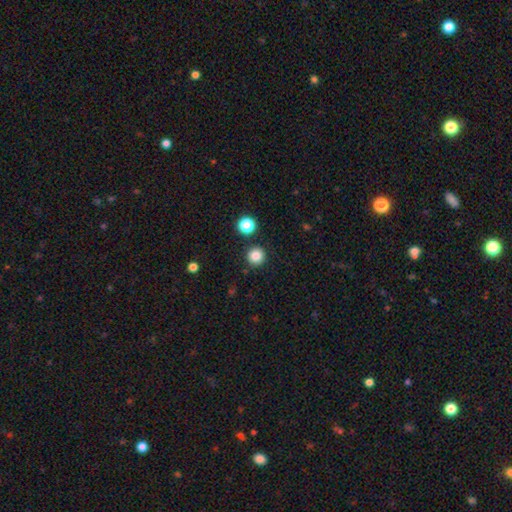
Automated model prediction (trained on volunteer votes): Q: Smooth or featured?
A: smooth (84%); runner-up: star or artifact (11%)
Q: How rounded?
A: round (95%); runner-up: in between (4%)
Q: Merging?
A: none (91%); runner-up: minor disturbance (5%)